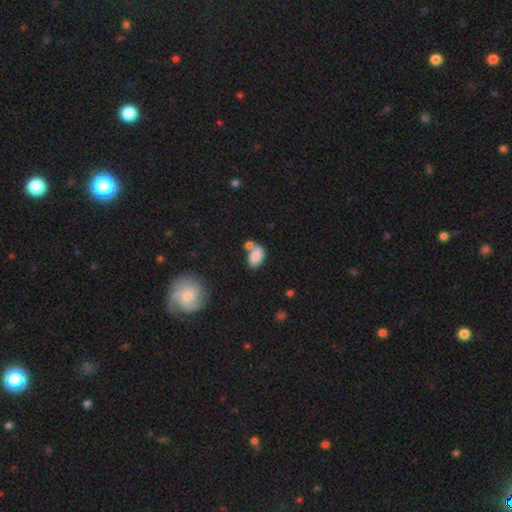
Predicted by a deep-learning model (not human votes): smooth 83%, featured or disk 9%, star or artifact 8%. Down the decision tree: how rounded — in between (89%); merging — none (42%).